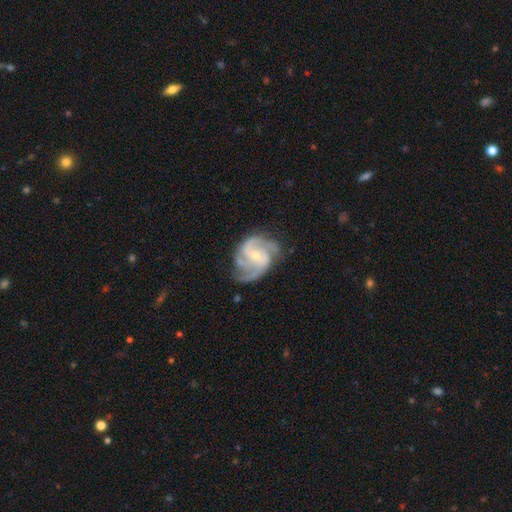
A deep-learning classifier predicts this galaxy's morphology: This is clearly a featured or disk galaxy (89%). It is clearly not viewed edge-on (98%). Bar: possibly no (49%). Spiral arm pattern: clearly yes (97%). Spiral arm count: marginally 2 (39%). Spiral winding: possibly medium (54%). Central bulge: likely small (67%). Merging: likely none (65%).